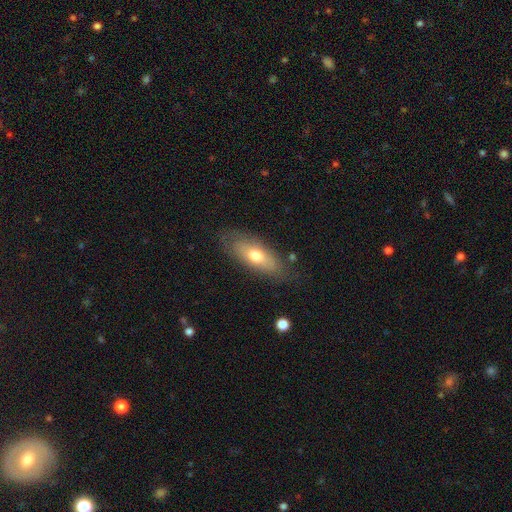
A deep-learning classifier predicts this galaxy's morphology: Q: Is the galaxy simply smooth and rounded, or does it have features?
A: smooth — 62%.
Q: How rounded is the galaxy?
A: in between — 74%.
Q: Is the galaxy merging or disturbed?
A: none — 76%.